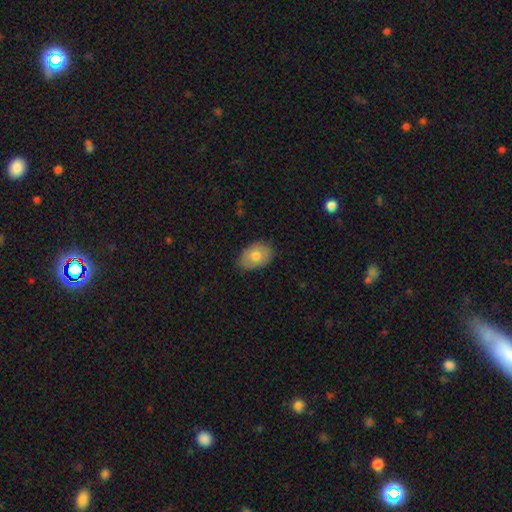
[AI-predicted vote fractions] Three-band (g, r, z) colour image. It shows a smooth galaxy with no disk features (73%) that is in between round and cigar-shaped (85%). Merging: none (79%).